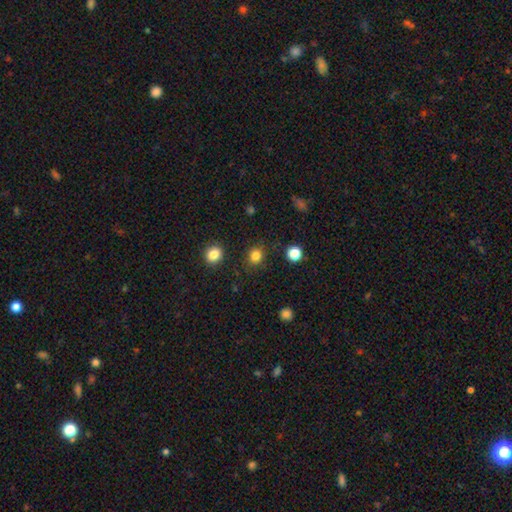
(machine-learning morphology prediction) smooth-or-featured: smooth: 83% | star or artifact: 13% | featured or disk: 4%
  how-rounded: round: 78% | in between: 21% | cigar-shaped: 1%
  merging: none: 87% | minor disturbance: 8% | major disturbance: 3% | merger: 2%